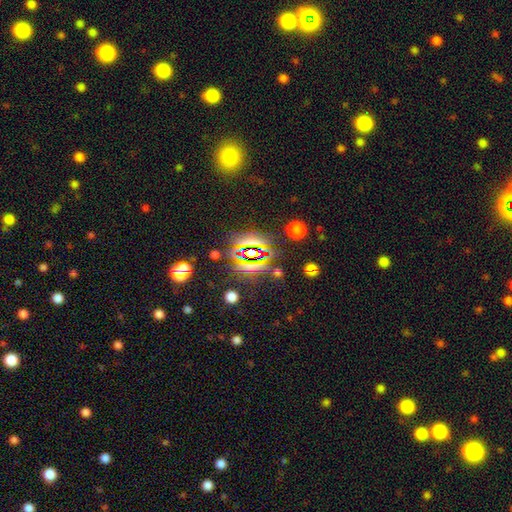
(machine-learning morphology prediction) Smooth or featured? Predicted: star or artifact (p=0.80).